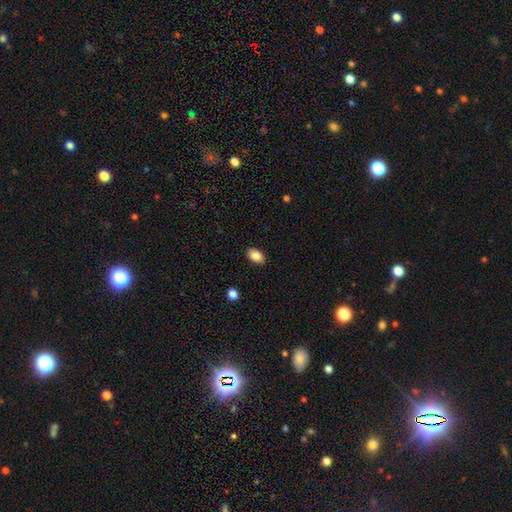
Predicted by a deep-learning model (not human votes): Smooth or featured?
  - smooth: 84% *
  - star or artifact: 8%
  - featured or disk: 8%
How rounded?
  - in between: 89% *
  - round: 9%
  - cigar-shaped: 1%
Merging?
  - none: 89% *
  - minor disturbance: 8%
  - major disturbance: 2%
  - merger: 1%